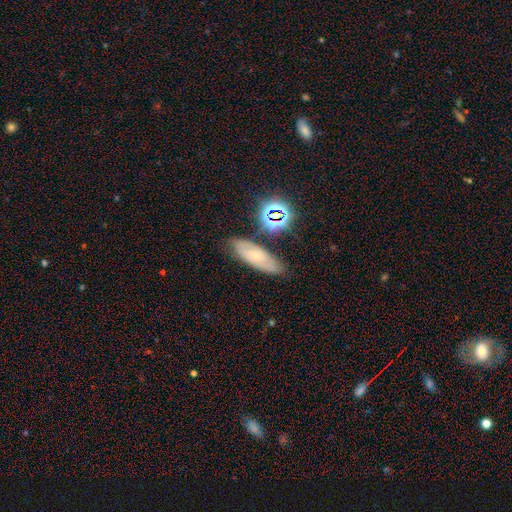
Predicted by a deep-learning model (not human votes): smooth 43%, featured or disk 40%, star or artifact 16%. Down the decision tree: merging — none (76%).